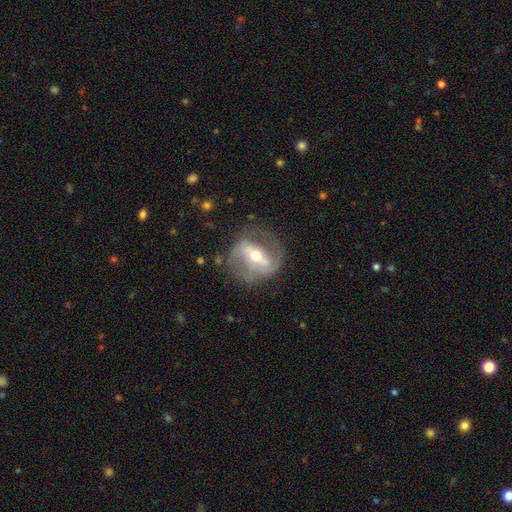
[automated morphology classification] This is likely a featured or disk galaxy (79%). It is clearly not viewed edge-on (90%). Bar: likely strong (63%). Spiral arm pattern: likely yes (73%). Spiral arm count: likely 2 (77%). Spiral winding: marginally medium (42%). Central bulge: likely moderate (61%). Merging: likely none (71%).